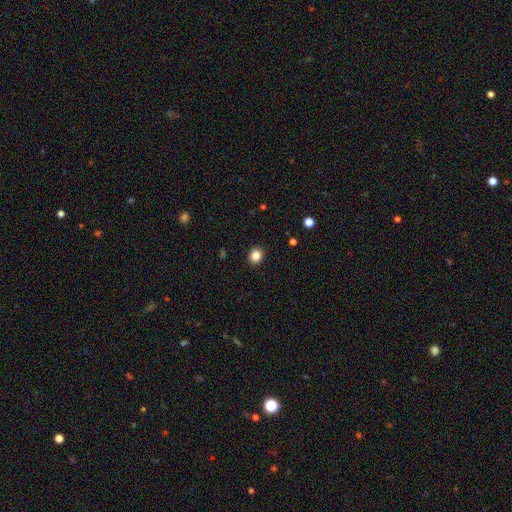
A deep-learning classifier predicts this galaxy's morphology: Overall: smooth (84%). How rounded: round (81%). Merging: none (92%).